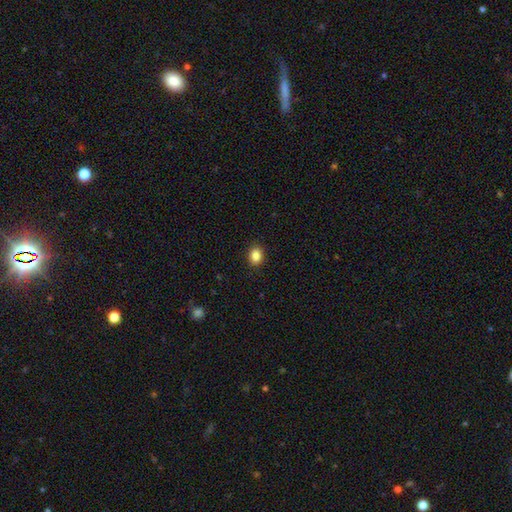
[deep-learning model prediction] smooth-or-featured: smooth: 86% | star or artifact: 10% | featured or disk: 5%
  how-rounded: in between: 59% | round: 40% | cigar-shaped: 1%
  merging: none: 90% | minor disturbance: 7% | major disturbance: 2% | merger: 1%